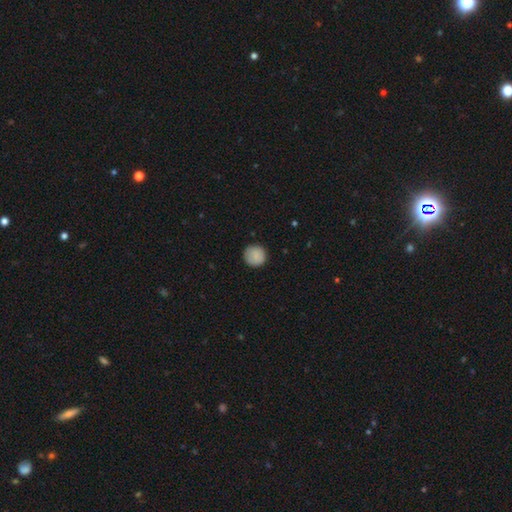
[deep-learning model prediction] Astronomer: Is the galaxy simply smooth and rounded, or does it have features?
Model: smooth — 88%.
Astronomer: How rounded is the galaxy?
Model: round — 95%.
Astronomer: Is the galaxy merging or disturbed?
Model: none — 89%.